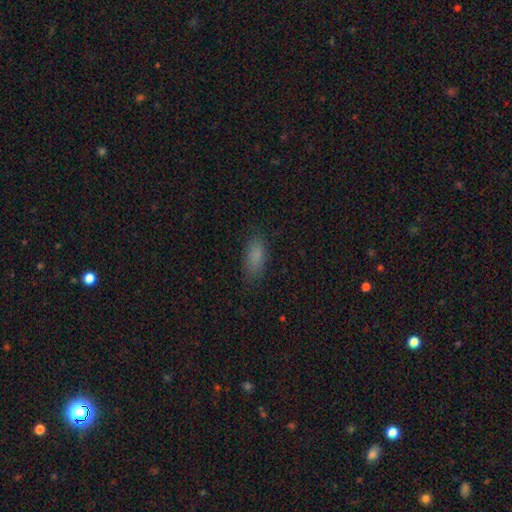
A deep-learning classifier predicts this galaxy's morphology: Smooth or featured? smooth (83%)
How rounded? in between (82%)
Merging? none (82%)